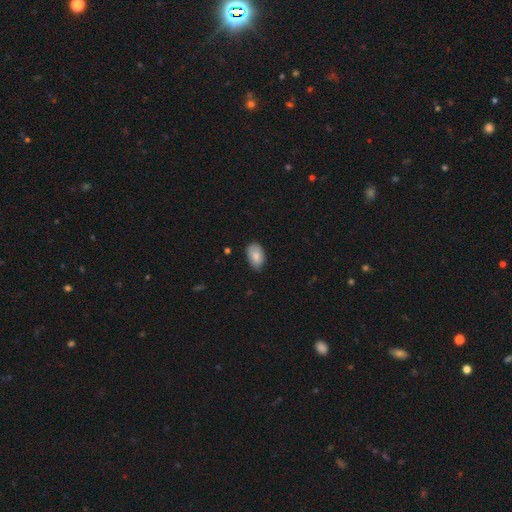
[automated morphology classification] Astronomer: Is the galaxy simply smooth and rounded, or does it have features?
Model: smooth — 84%.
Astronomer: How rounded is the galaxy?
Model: in between — 92%.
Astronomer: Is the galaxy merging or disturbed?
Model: none — 73%.